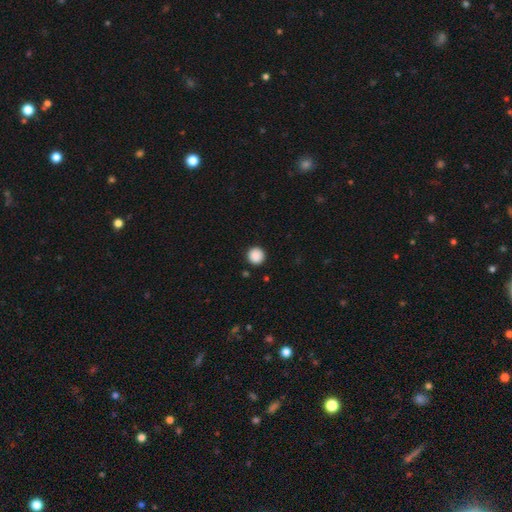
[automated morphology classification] type=smooth (89%); roundness=round (95%); merging=none (91%).